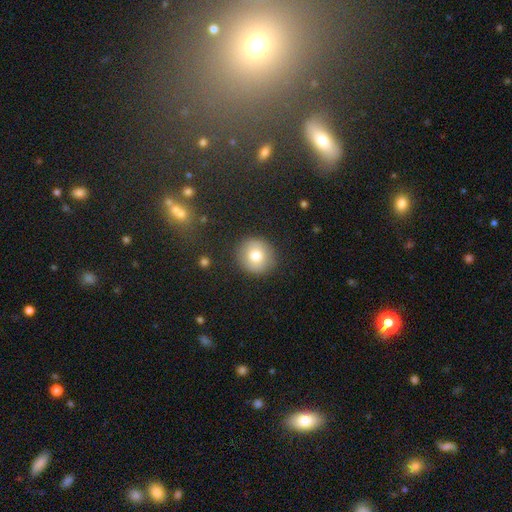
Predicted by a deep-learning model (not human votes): Smooth or featured?
  - smooth: 76% *
  - featured or disk: 14%
  - star or artifact: 10%
How rounded?
  - round: 91% *
  - in between: 8%
  - cigar-shaped: 1%
Merging?
  - none: 90% *
  - minor disturbance: 7%
  - major disturbance: 2%
  - merger: 1%